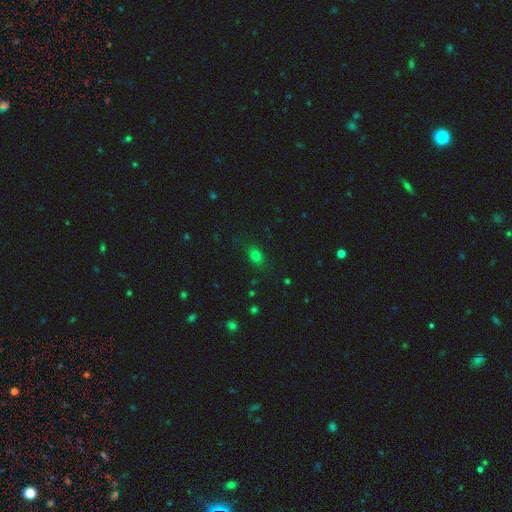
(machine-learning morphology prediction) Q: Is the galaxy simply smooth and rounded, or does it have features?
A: smooth — 75%.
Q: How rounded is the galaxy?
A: in between — 62%.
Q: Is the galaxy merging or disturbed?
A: none — 82%.